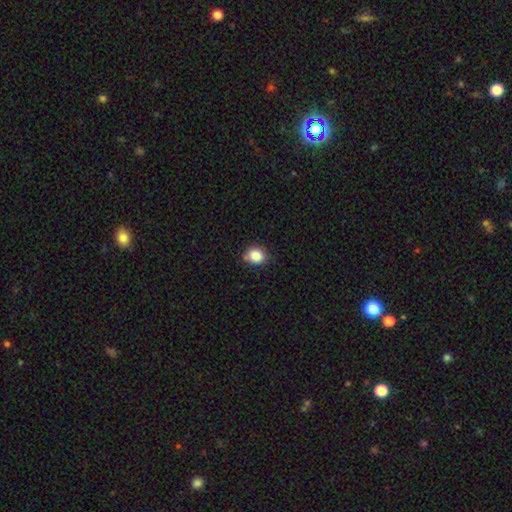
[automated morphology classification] Smooth or featured: smooth — 85% (star or artifact — 10%)
How rounded: round — 67% (in between — 33%)
Merging: none — 78% (minor disturbance — 17%)